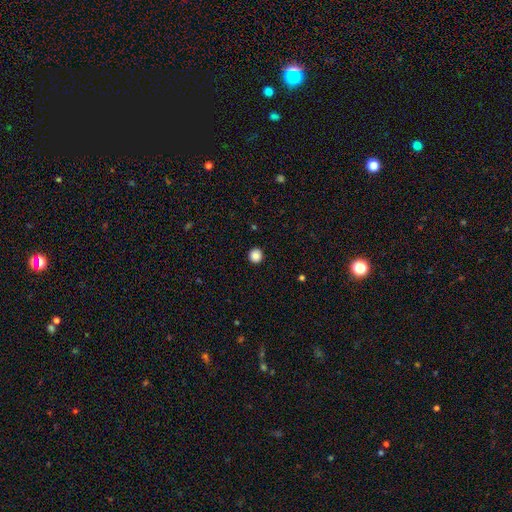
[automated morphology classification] This appears to be a smooth galaxy with no disk features (86%) that is round (95%). Merging: none (93%).